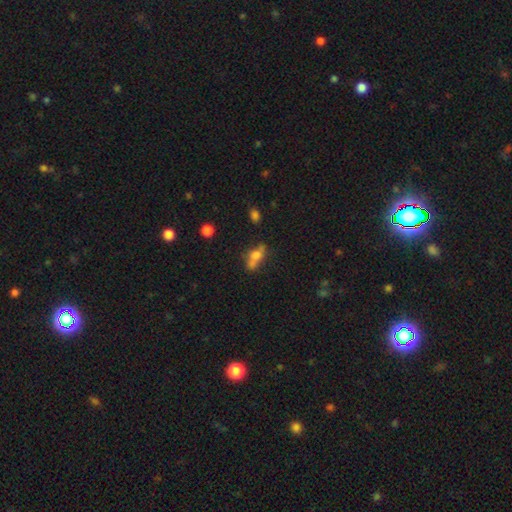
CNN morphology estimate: smooth_or_featured: smooth (p=0.49) [alt: featured or disk p=0.39]
merging: none (p=0.49) [alt: minor disturbance p=0.21]